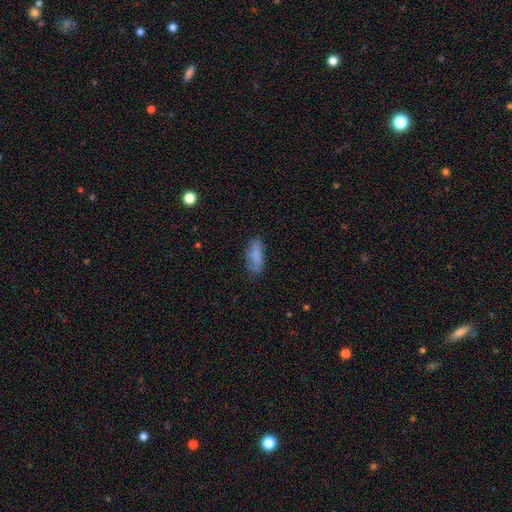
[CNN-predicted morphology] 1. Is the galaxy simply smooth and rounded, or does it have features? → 77% smooth, 15% featured or disk, 8% star or artifact.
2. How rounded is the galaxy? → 69% in between, 29% cigar-shaped, 2% round.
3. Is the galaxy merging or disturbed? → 66% none, 24% minor disturbance, 7% major disturbance, 2% merger.